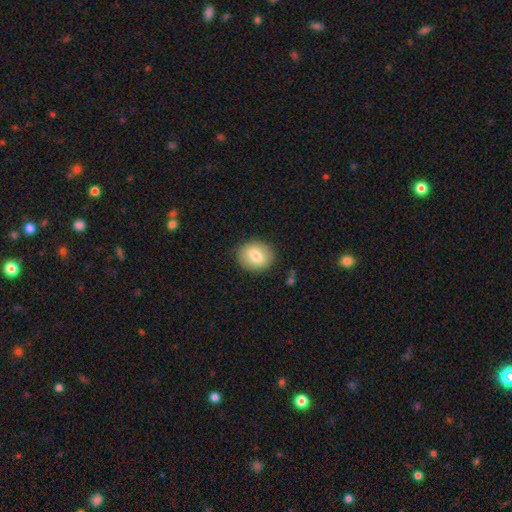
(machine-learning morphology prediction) Smooth or featured? smooth (76%)
How rounded? round (63%)
Merging? none (87%)